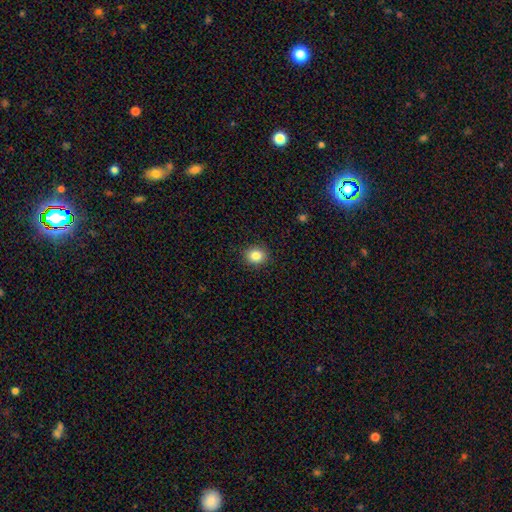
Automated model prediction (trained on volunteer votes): smooth 84%, star or artifact 10%, featured or disk 5%. Down the decision tree: how rounded — round (74%); merging — none (90%).